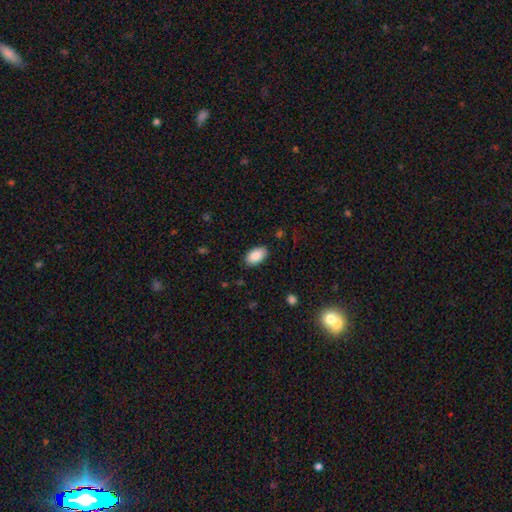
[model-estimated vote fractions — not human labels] This is clearly a smooth galaxy (89%). How rounded: clearly in between (94%). Merging: clearly none (86%).